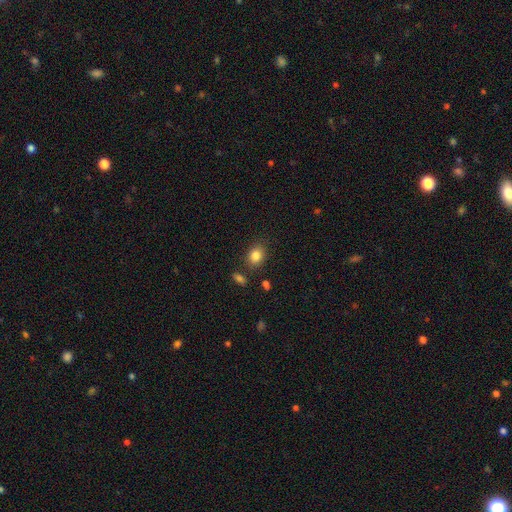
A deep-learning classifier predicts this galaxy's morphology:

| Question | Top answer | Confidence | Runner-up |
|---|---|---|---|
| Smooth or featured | smooth | 84% | star or artifact (10%) |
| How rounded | in between | 51% | round (48%) |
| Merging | none | 81% | minor disturbance (11%) |